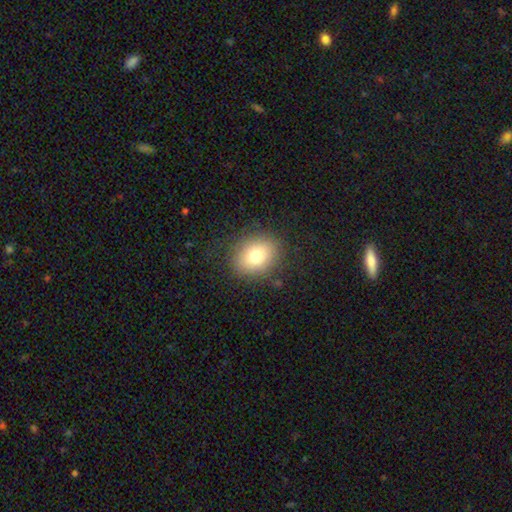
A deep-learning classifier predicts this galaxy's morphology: Smooth or featured? smooth (78%)
How rounded? round (51%)
Merging? none (82%)